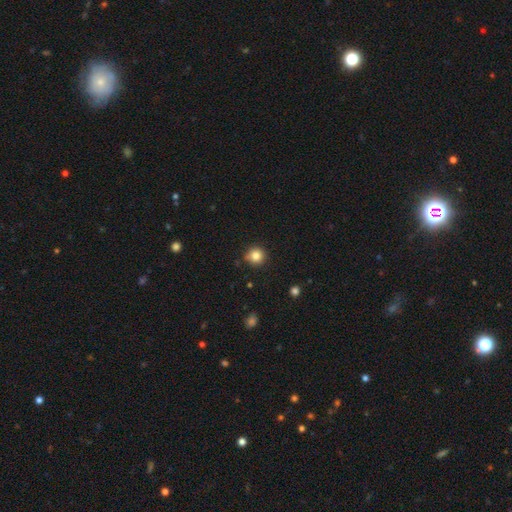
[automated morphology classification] type=smooth (83%); roundness=round (93%); merging=none (84%).